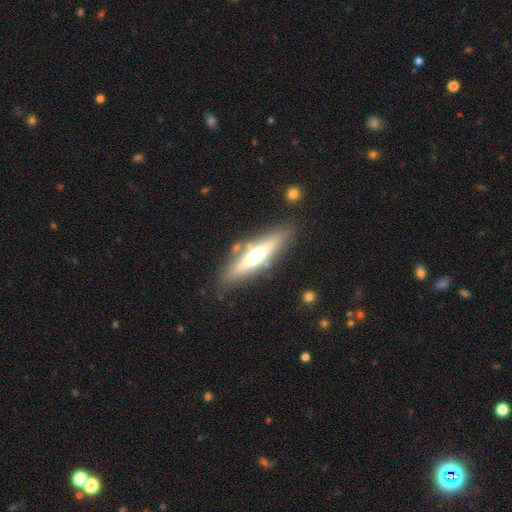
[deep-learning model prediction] This is possibly a featured or disk galaxy (53%). It is clearly viewed edge-on (89%). Merging: clearly none (82%).